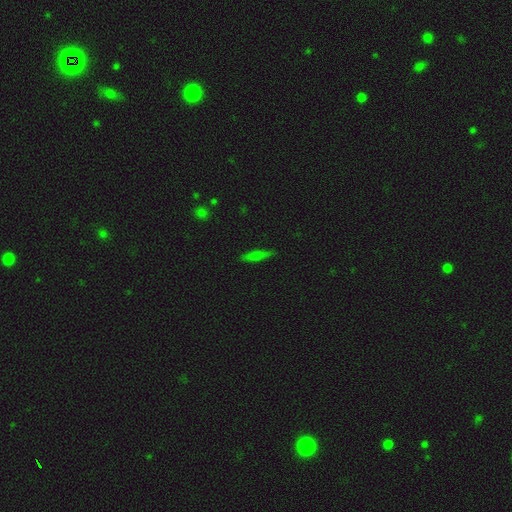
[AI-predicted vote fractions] Smooth or featured? smooth (60%)
How rounded? cigar-shaped (78%)
Merging? none (85%)